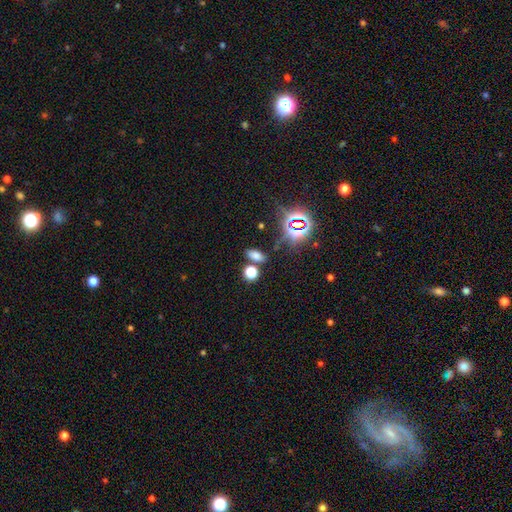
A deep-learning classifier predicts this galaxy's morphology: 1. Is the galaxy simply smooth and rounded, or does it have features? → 65% smooth, 28% star or artifact, 8% featured or disk.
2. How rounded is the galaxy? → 83% in between, 10% round, 7% cigar-shaped.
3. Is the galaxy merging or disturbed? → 74% none, 11% merger, 11% minor disturbance, 4% major disturbance.